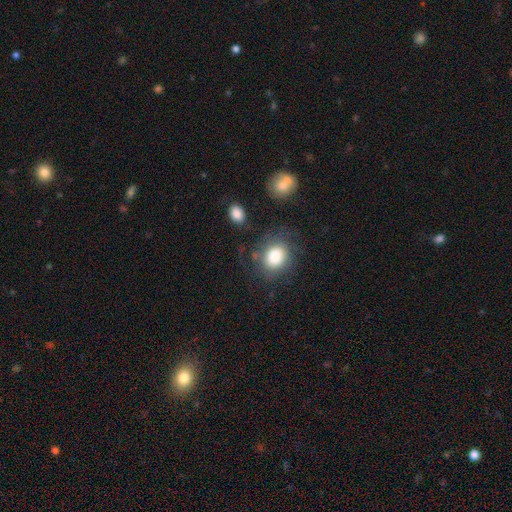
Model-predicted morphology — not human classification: Q: Smooth or featured?
A: smooth (64%); runner-up: star or artifact (29%)
Q: How rounded?
A: round (81%); runner-up: in between (18%)
Q: Merging?
A: none (83%); runner-up: minor disturbance (9%)